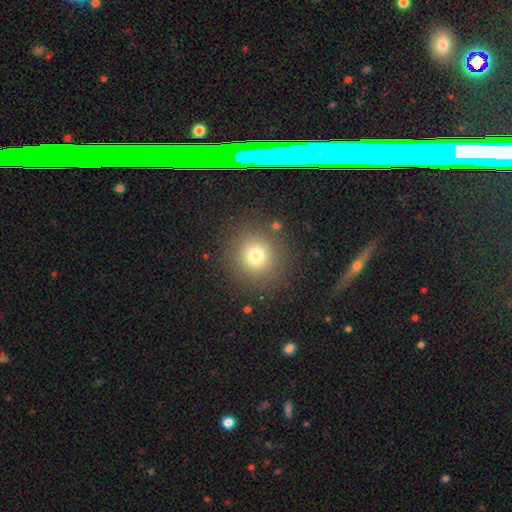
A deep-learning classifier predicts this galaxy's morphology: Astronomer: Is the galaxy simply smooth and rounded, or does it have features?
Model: smooth — 74%.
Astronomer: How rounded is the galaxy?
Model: round — 93%.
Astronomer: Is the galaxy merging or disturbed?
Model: none — 87%.